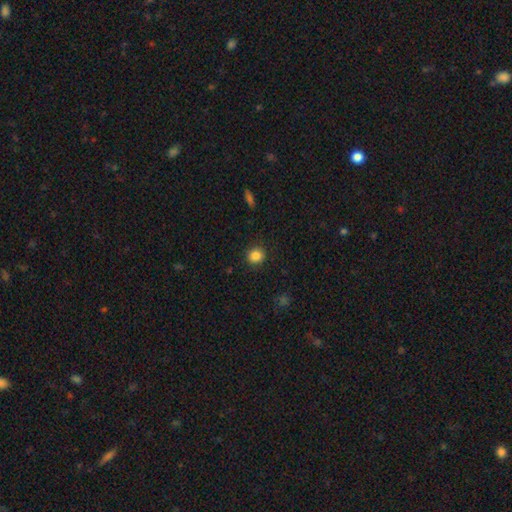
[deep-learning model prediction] smooth 86%, star or artifact 10%, featured or disk 4%. Down the decision tree: how rounded — round (87%); merging — none (90%).